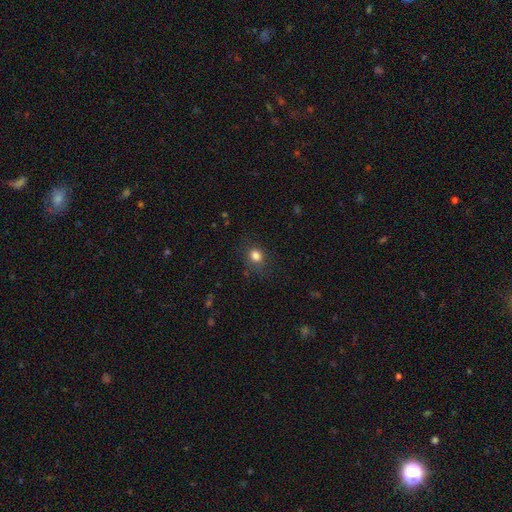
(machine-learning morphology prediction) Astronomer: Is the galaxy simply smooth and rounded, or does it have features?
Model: smooth — 82%.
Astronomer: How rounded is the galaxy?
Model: round — 59% (runner-up: in between, 40%).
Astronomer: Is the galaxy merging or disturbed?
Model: none — 79%.